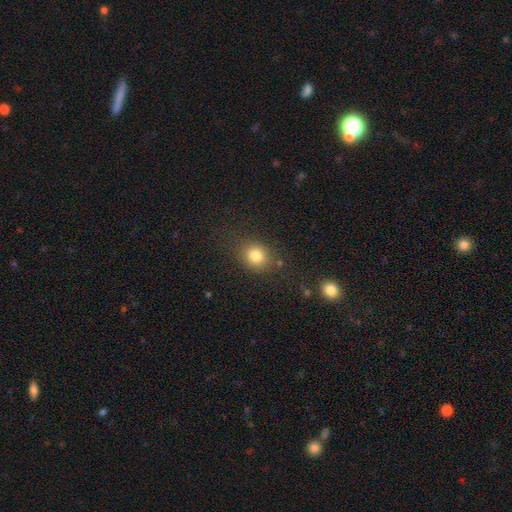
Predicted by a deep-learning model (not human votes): smooth-or-featured: smooth: 82% | star or artifact: 12% | featured or disk: 7%
  how-rounded: round: 72% | in between: 27% | cigar-shaped: 1%
  merging: none: 79% | minor disturbance: 13% | major disturbance: 5% | merger: 3%